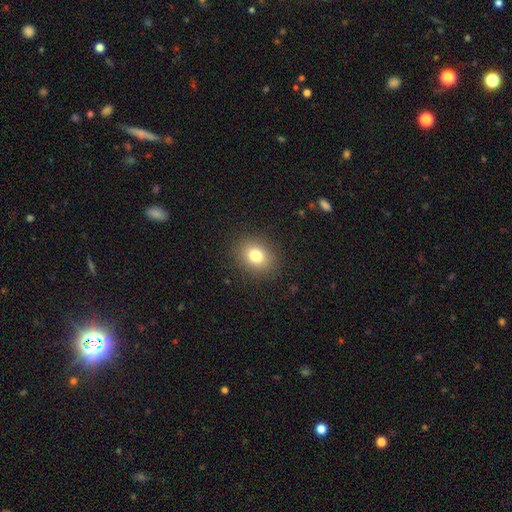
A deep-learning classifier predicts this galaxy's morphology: The model was most divided on "how rounded": round: 54%, in between: 45%, cigar-shaped: 1%. More confident: merging — none (89%); smooth or featured — smooth (79%).